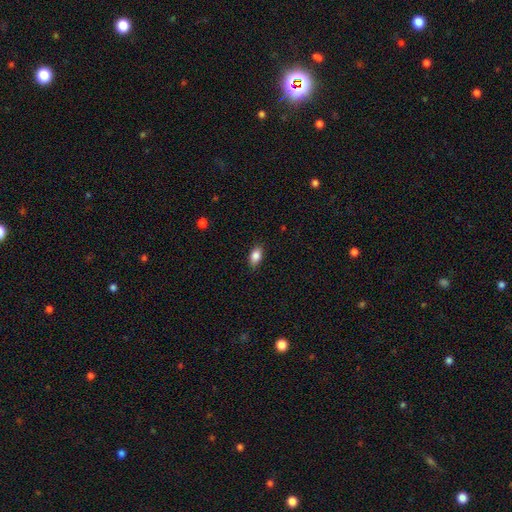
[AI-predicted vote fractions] The model was most divided on "merging": none: 85%, minor disturbance: 11%, major disturbance: 2%, merger: 1%. More confident: how rounded — in between (88%); smooth or featured — smooth (85%).